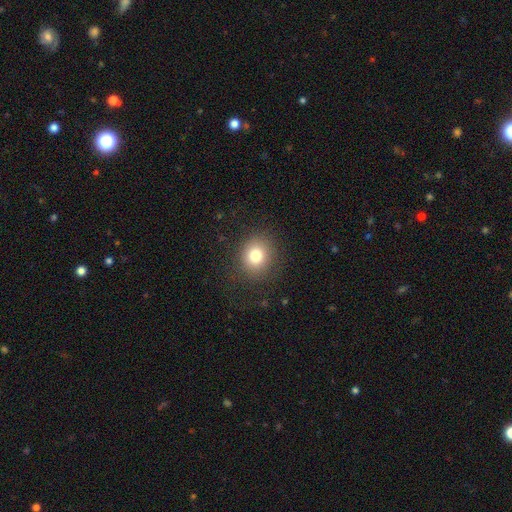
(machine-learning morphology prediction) Smooth or featured: smooth — 79% (star or artifact — 12%)
How rounded: round — 76% (in between — 23%)
Merging: none — 86% (minor disturbance — 9%)